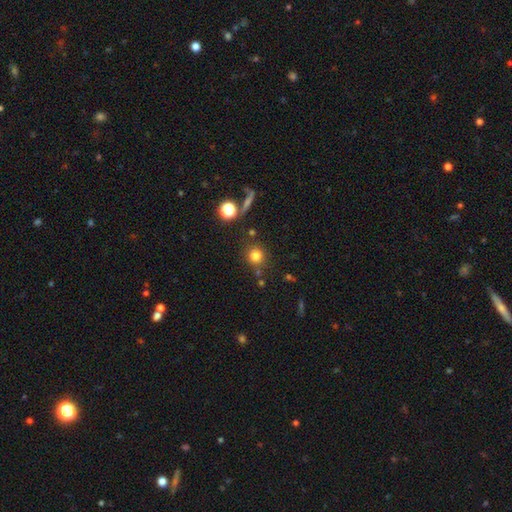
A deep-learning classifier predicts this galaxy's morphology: smooth_or_featured: smooth (p=0.78) [alt: star or artifact p=0.15]
how_rounded: round (p=0.91) [alt: in between p=0.08]
merging: none (p=0.80) [alt: minor disturbance p=0.09]